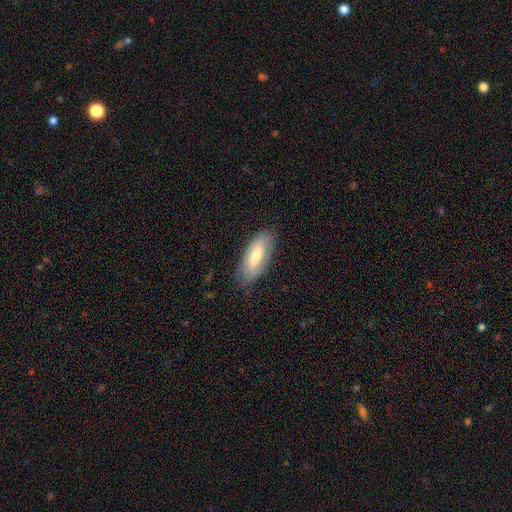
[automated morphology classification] smooth-or-featured: smooth: 60% | featured or disk: 33% | star or artifact: 7%
  how-rounded: in between: 76% | cigar-shaped: 22% | round: 2%
  merging: none: 77% | minor disturbance: 17% | major disturbance: 4% | merger: 1%